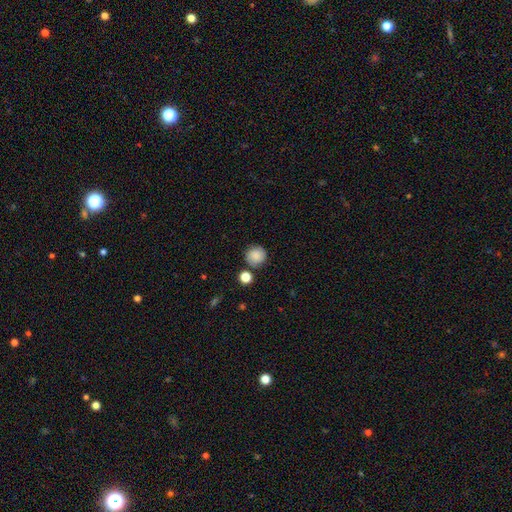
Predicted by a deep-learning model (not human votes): A smooth galaxy with no disk features (83%) that is round (92%).

Vote fractions:
- Smooth or featured? smooth: 83% / star or artifact: 9% / featured or disk: 8%
- How rounded? round: 92% / in between: 7% / cigar-shaped: 1%
- Merging? none: 80% / minor disturbance: 10% / merger: 6% / major disturbance: 3%